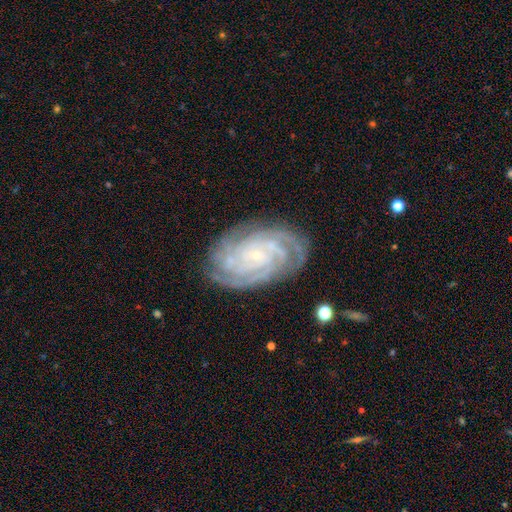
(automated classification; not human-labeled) smooth-or-featured: featured or disk: 89% | star or artifact: 6% | smooth: 5%
  disk-edge-on: no: 97% | yes: 3%
    bar: no: 72% | weak: 20% | strong: 8%
    has-spiral-arms: yes: 98% | no: 2%
      spiral-winding: tight: 79% | medium: 18% | loose: 3%
      spiral-arm-count: 4: 36% | can't tell: 17% | 3: 16% | more than 4: 15% | 2: 9% | 1: 6%
    bulge-size: small: 87% | moderate: 9% | none: 2% | large: 1% | dominant: 1%
  merging: none: 80% | minor disturbance: 14% | major disturbance: 4% | merger: 1%